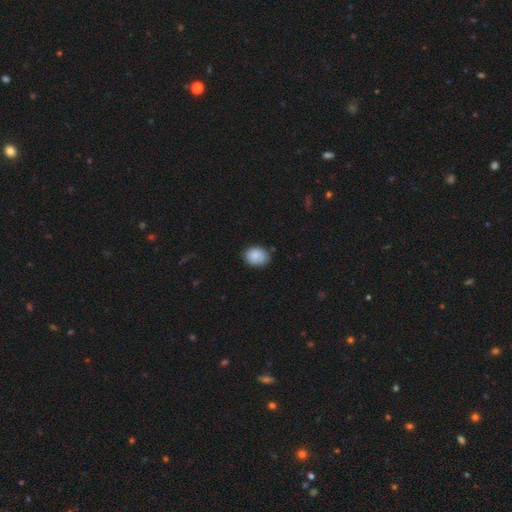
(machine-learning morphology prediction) smooth-or-featured: smooth: 87% | star or artifact: 7% | featured or disk: 6%
  how-rounded: in between: 58% | round: 41% | cigar-shaped: 1%
  merging: none: 78% | minor disturbance: 18% | major disturbance: 3% | merger: 2%